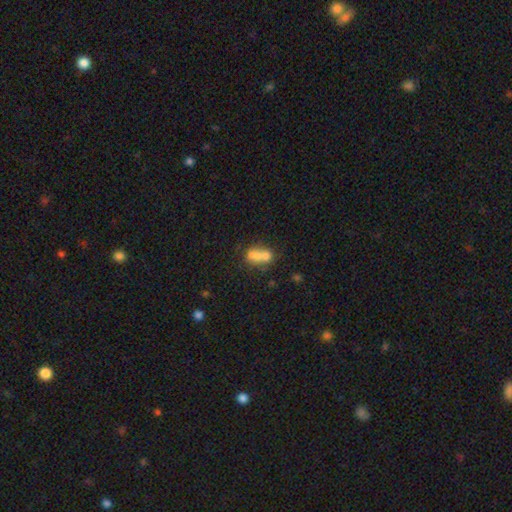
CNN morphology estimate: Smooth or featured? smooth (63%)
How rounded? in between (59%)
Merging? merger (62%)